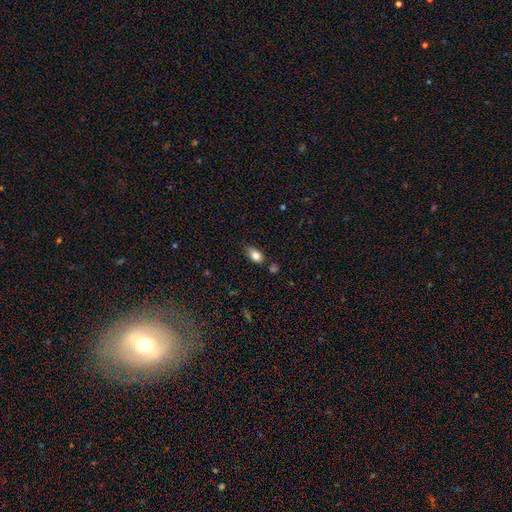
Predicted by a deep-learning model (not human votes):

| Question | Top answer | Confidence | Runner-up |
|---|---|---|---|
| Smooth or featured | smooth | 83% | star or artifact (9%) |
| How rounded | in between | 85% | round (12%) |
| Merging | none | 70% | minor disturbance (21%) |